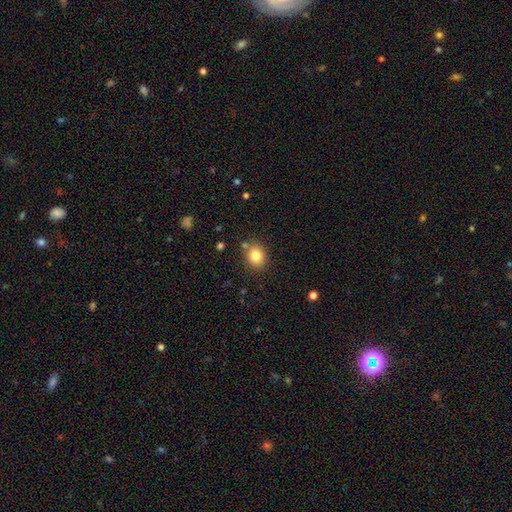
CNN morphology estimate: This appears to be a smooth galaxy with no disk features (82%) that is round (63%). Merging: none (80%).